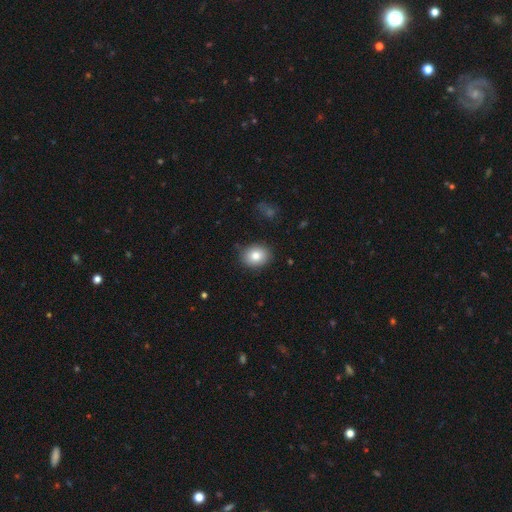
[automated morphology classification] This appears to be a smooth galaxy with no disk features (82%) that is in between round and cigar-shaped (50%). Merging: none (85%).